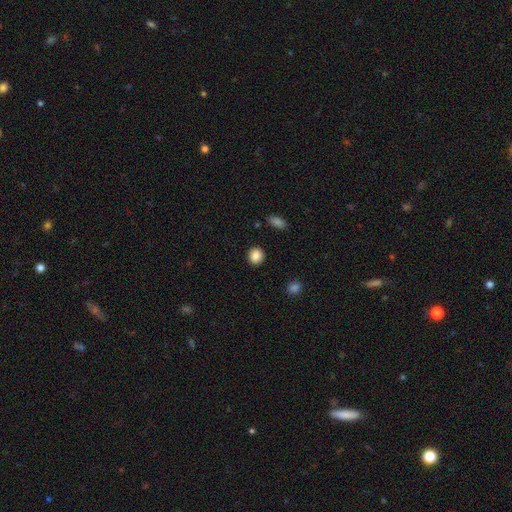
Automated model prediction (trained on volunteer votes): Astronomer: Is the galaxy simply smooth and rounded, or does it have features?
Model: smooth — 88%.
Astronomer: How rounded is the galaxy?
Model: round — 85%.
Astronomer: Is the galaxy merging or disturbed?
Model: none — 91%.